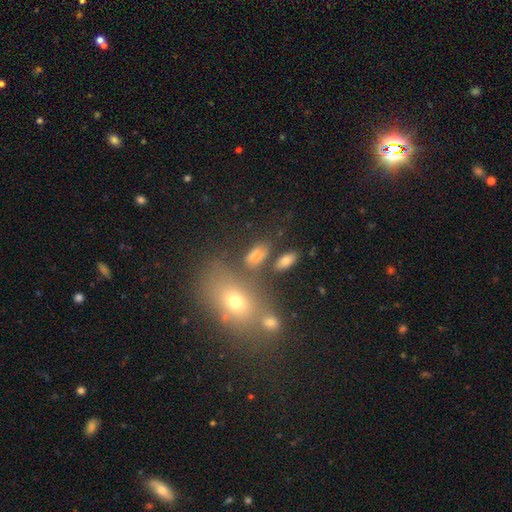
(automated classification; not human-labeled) The model was most divided on "merging": none: 53%, minor disturbance: 20%, merger: 15%, major disturbance: 12%. More confident: how rounded — in between (86%); smooth or featured — smooth (70%).